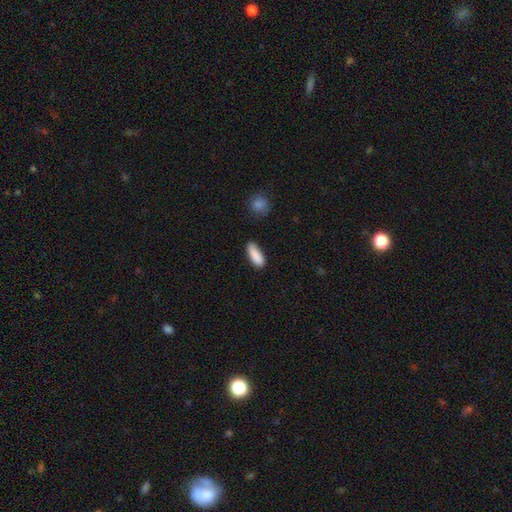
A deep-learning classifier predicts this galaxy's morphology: Smooth or featured? smooth (88%)
How rounded? in between (63%)
Merging? none (75%)